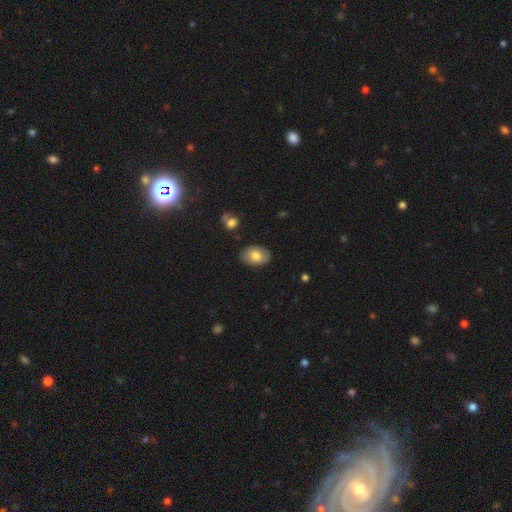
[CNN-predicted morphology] This appears to be a smooth galaxy with no disk features (78%) that is in between round and cigar-shaped (87%). Merging: none (86%).